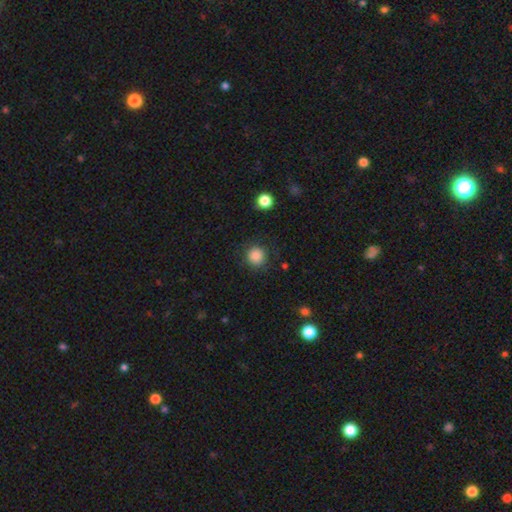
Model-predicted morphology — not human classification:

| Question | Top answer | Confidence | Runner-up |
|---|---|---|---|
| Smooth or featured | smooth | 85% | star or artifact (11%) |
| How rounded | round | 93% | in between (6%) |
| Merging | none | 87% | minor disturbance (8%) |